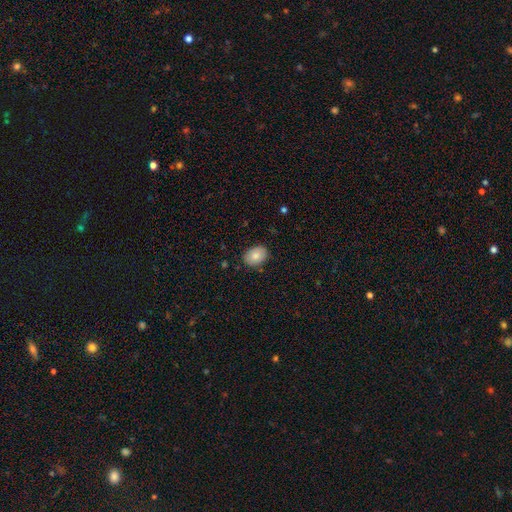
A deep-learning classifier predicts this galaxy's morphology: A smooth galaxy with no disk features (83%) that is in between round and cigar-shaped (74%). Merging: none (85%).